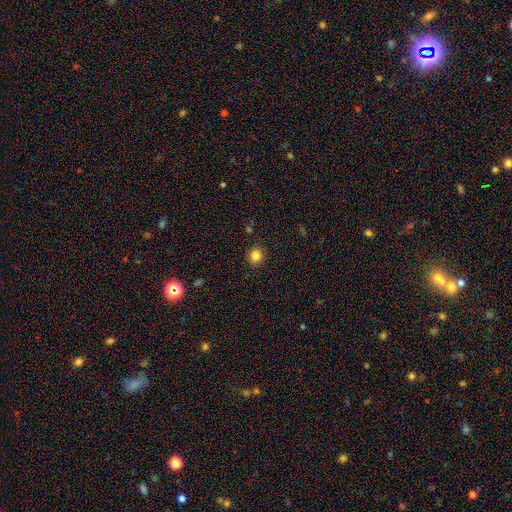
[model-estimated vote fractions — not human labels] Smooth or featured?
  - smooth: 83% *
  - star or artifact: 12%
  - featured or disk: 5%
How rounded?
  - round: 84% *
  - in between: 15%
  - cigar-shaped: 1%
Merging?
  - none: 88% *
  - minor disturbance: 8%
  - major disturbance: 2%
  - merger: 1%